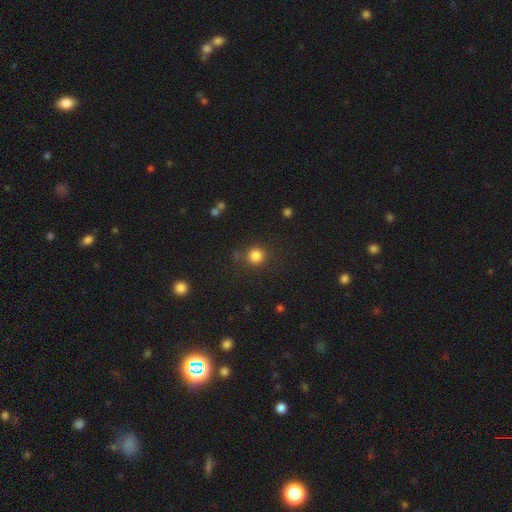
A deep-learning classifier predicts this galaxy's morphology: smooth 83%, star or artifact 13%, featured or disk 4%. Down the decision tree: how rounded — round (92%); merging — none (83%).